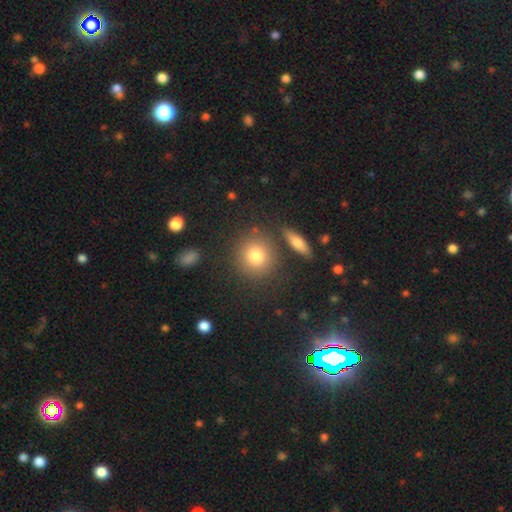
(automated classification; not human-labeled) smooth_or_featured: smooth (p=0.78) [alt: star or artifact p=0.11]
how_rounded: round (p=0.86) [alt: in between p=0.12]
merging: none (p=0.81) [alt: minor disturbance p=0.09]